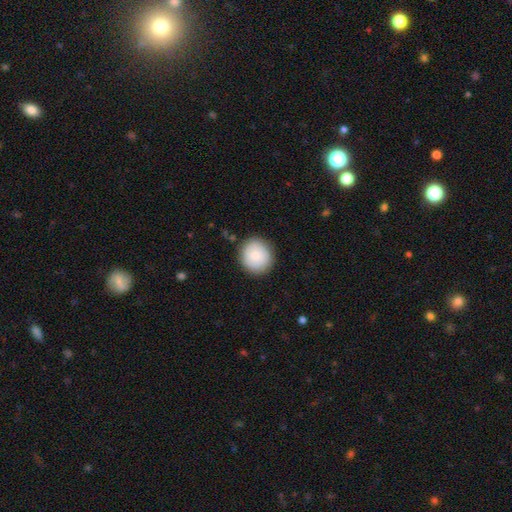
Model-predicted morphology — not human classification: The model was most divided on "smooth or featured": smooth: 81%, featured or disk: 12%, star or artifact: 6%. More confident: merging — none (87%); how rounded — round (86%).